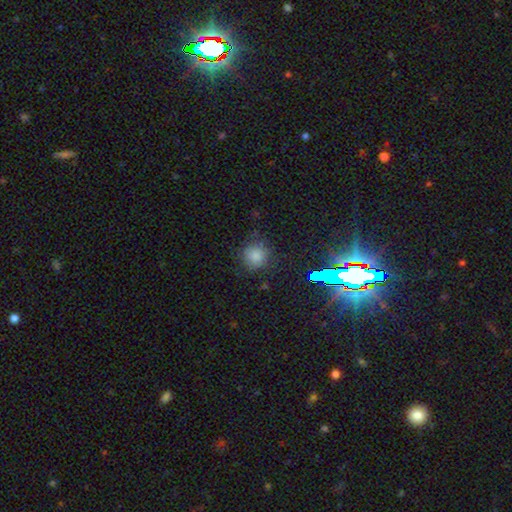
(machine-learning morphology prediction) A smooth galaxy with no disk features (77%) that is round (91%). Merging: none (78%).